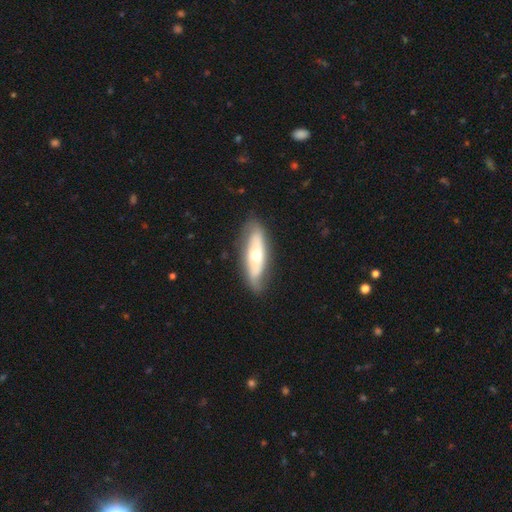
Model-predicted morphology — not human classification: Q: Smooth or featured?
A: featured or disk (54%); runner-up: smooth (41%)
Q: Edge-on disk?
A: no (66%); runner-up: yes (34%)
Q: Merging?
A: none (79%); runner-up: minor disturbance (16%)